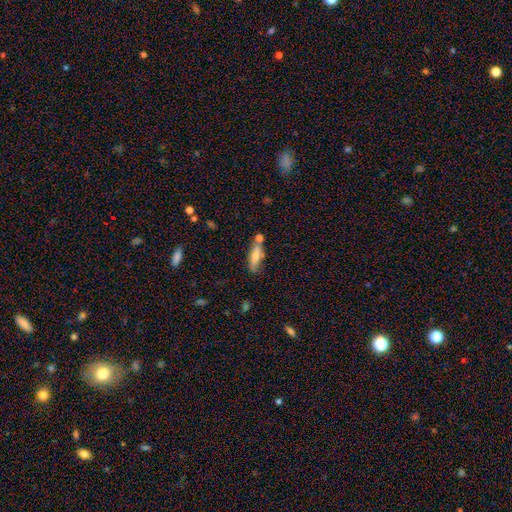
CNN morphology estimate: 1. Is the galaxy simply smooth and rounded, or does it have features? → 64% smooth, 28% featured or disk, 7% star or artifact.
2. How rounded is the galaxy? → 52% cigar-shaped, 46% in between, 3% round.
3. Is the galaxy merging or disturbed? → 60% none, 18% minor disturbance, 17% merger, 5% major disturbance.